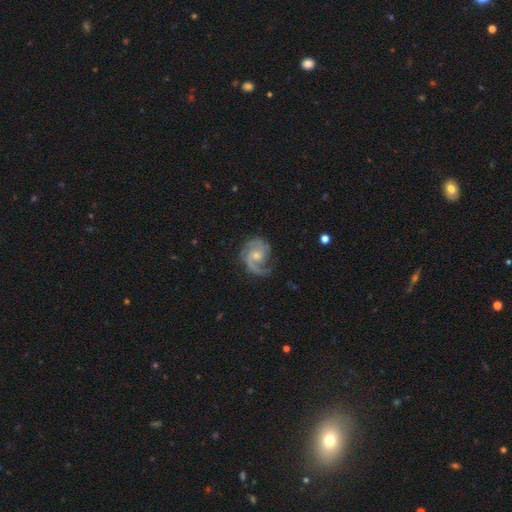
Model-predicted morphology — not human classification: This is clearly a featured or disk galaxy (87%). It is clearly not viewed edge-on (98%). Bar: likely no (61%). Spiral arm pattern: clearly yes (97%). Spiral arm count: likely 2 (67%). Spiral winding: possibly medium (50%). Central bulge: possibly moderate (47%). Merging: likely none (65%).